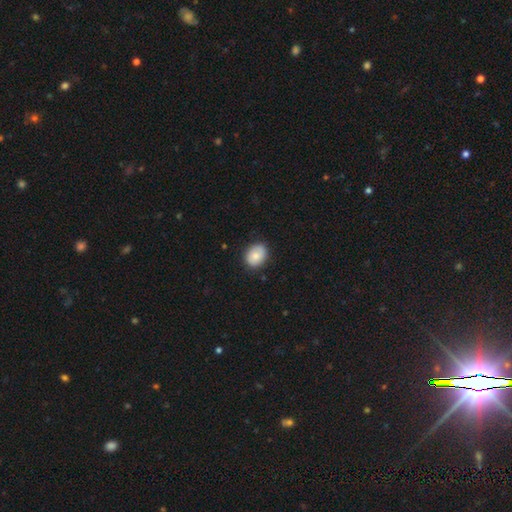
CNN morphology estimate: smooth 81%, featured or disk 12%, star or artifact 7%. Down the decision tree: how rounded — in between (55%); merging — none (83%).